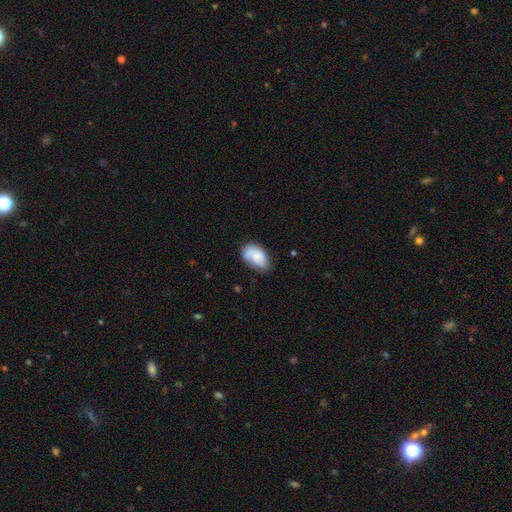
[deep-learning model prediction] smooth-or-featured: smooth: 71% | featured or disk: 22% | star or artifact: 7%
  how-rounded: in between: 91% | round: 8% | cigar-shaped: 1%
  merging: none: 57% | minor disturbance: 31% | major disturbance: 9% | merger: 3%